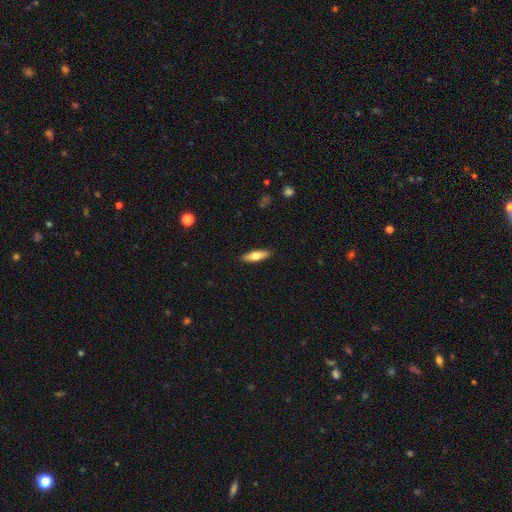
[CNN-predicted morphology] Smooth or featured? Predicted: smooth (p=0.58). How rounded? Predicted: cigar-shaped (p=0.57). Merging? Predicted: none (p=0.90).